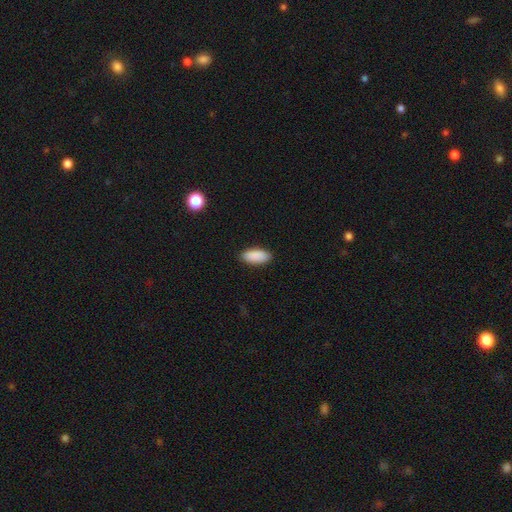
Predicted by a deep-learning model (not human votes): A smooth galaxy with no disk features (91%) that is in between round and cigar-shaped (87%). Merging: none (90%).